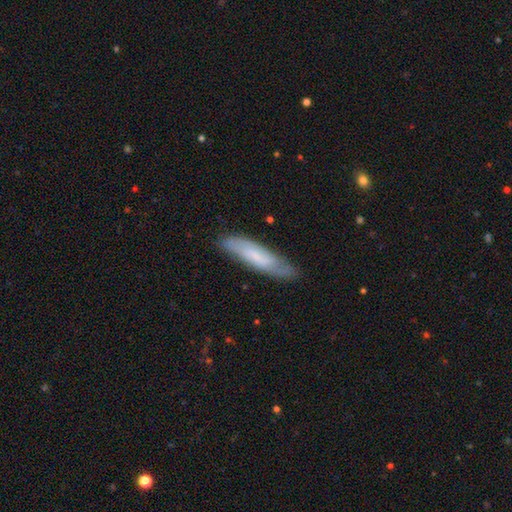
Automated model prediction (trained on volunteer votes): The model was most divided on "smooth or featured": smooth: 49%, featured or disk: 44%, star or artifact: 7%. More confident: merging — none (79%).